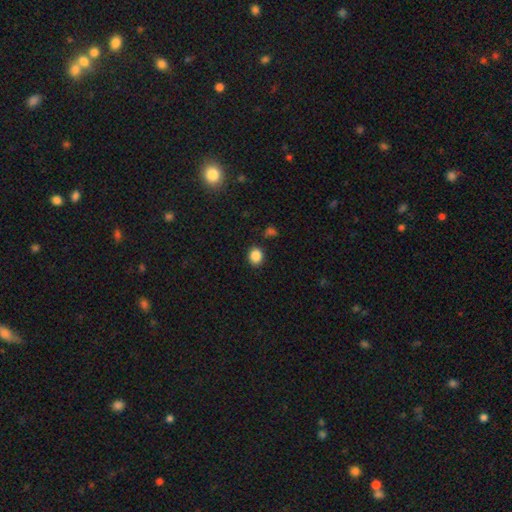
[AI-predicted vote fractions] Morphology: type=smooth (86%); roundness=round (72%); merging=none (86%).